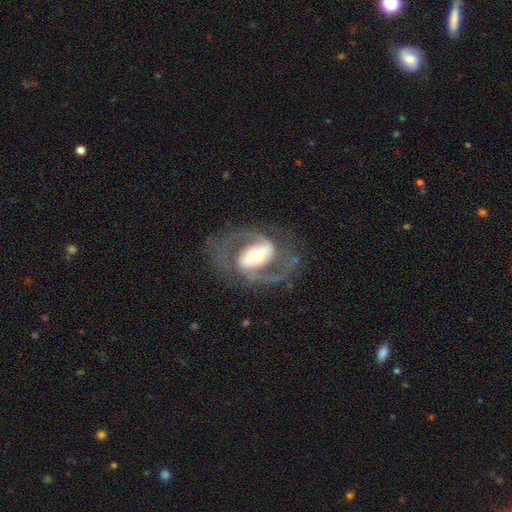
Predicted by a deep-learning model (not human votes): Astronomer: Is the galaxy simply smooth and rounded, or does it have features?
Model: featured or disk — 90%.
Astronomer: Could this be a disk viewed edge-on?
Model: no — 97%.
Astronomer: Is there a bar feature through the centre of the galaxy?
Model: strong — 57%.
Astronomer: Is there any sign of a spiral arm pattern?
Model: yes — 95%.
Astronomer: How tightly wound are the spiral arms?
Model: medium — 61%.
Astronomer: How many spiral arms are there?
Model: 2 — 92%.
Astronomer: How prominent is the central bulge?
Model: moderate — 59%.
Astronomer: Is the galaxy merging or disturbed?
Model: none — 74%.